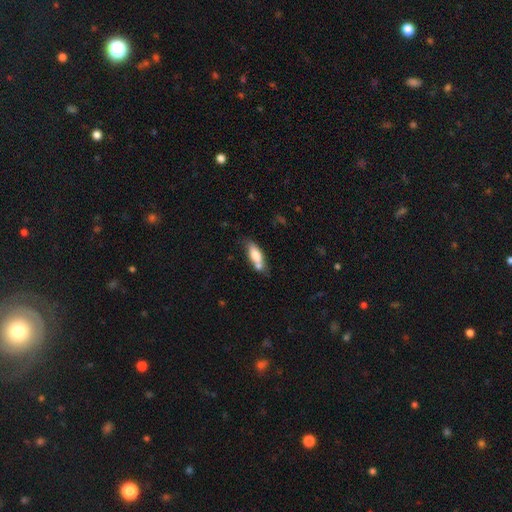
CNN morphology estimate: A smooth galaxy with no disk features (69%) that is in between round and cigar-shaped (58%). Merging: none (49%).